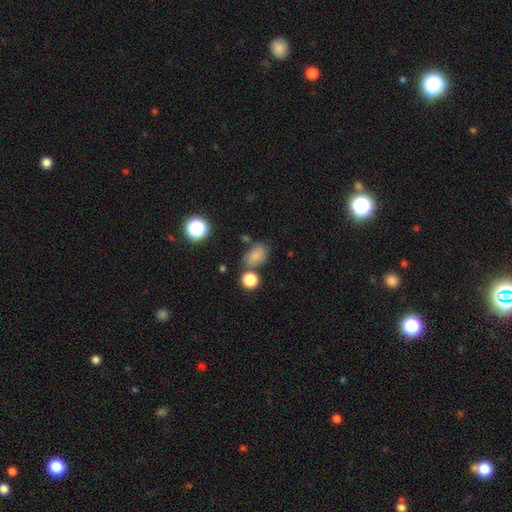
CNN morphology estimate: type=smooth (78%); roundness=in between (79%); merging=none (60%).